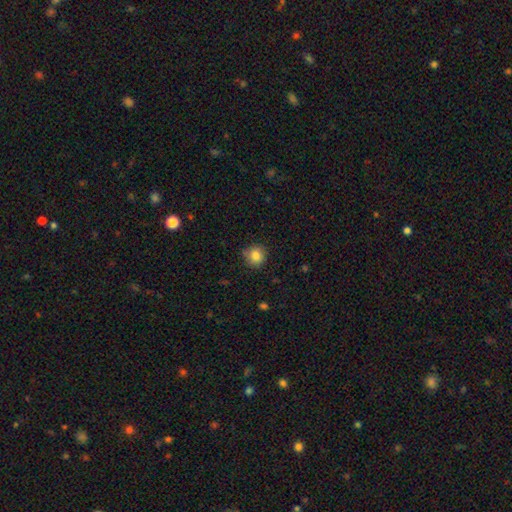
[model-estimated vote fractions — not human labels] Overall: smooth (83%). How rounded: round (90%). Merging: none (80%).